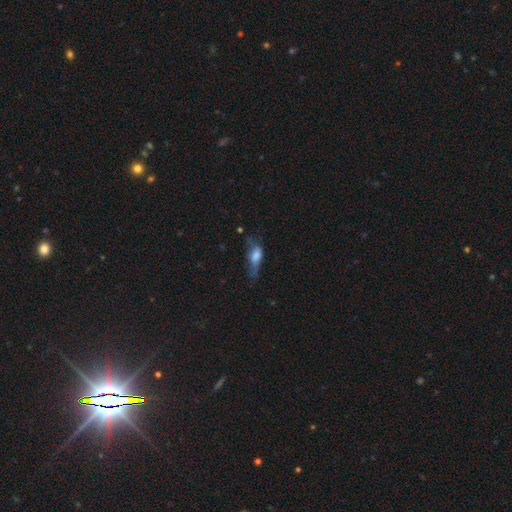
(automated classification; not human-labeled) This is likely a smooth galaxy (60%). How rounded: likely in between (71%). Merging: marginally major disturbance (37%).